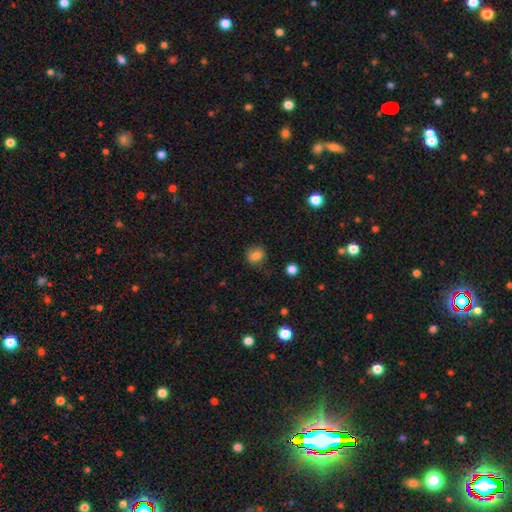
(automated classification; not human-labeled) smooth_or_featured: smooth (p=0.83) [alt: star or artifact p=0.12]
how_rounded: round (p=0.58) [alt: in between p=0.41]
merging: none (p=0.78) [alt: minor disturbance p=0.16]